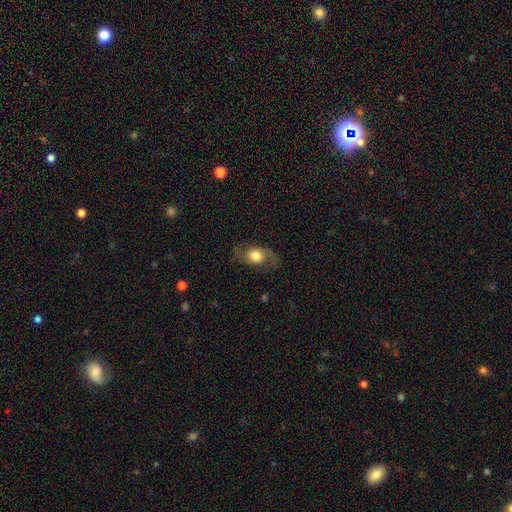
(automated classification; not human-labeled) Smooth or featured?
  - smooth: 51% *
  - featured or disk: 41%
  - star or artifact: 8%
How rounded?
  - in between: 70% *
  - round: 27%
  - cigar-shaped: 3%
Merging?
  - none: 70% *
  - minor disturbance: 19%
  - major disturbance: 10%
  - merger: 1%